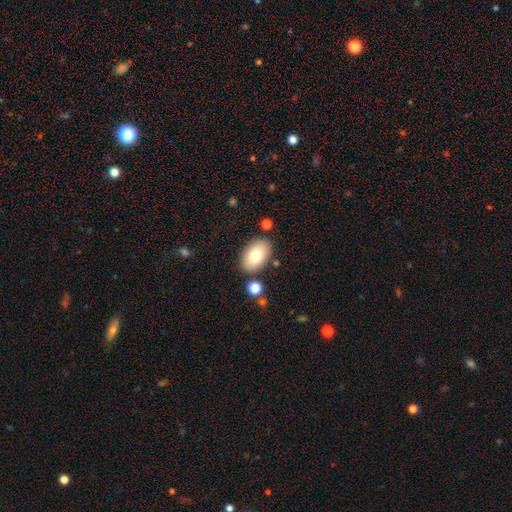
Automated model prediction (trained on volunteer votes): smooth 76%, featured or disk 16%, star or artifact 8%. Down the decision tree: how rounded — in between (89%); merging — none (84%).